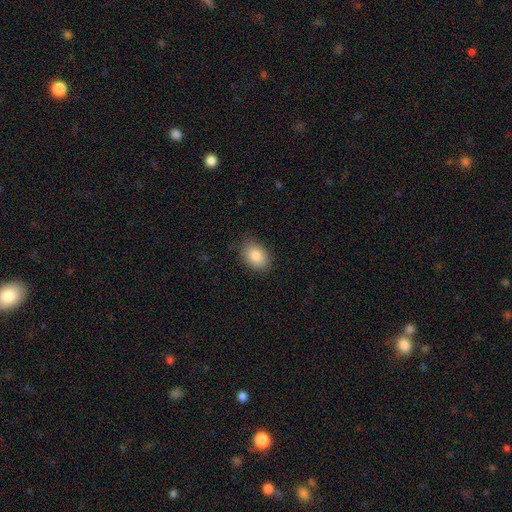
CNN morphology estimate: Overall: smooth (86%). How rounded: in between (77%). Merging: none (84%).